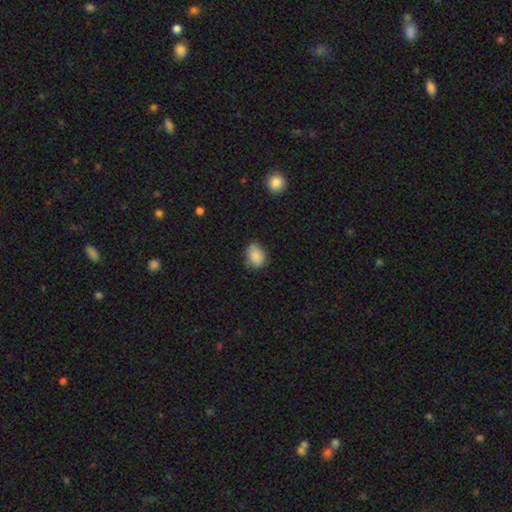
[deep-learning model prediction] Smooth or featured? smooth (87%)
How rounded? in between (58%)
Merging? none (76%)